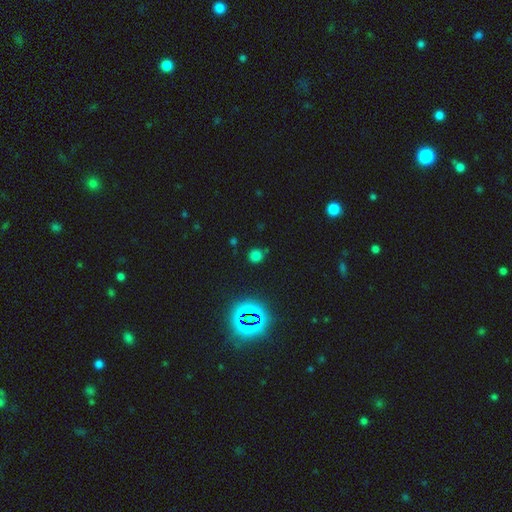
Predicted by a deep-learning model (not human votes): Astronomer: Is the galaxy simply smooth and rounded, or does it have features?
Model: smooth — 64%.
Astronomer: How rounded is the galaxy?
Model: round — 89%.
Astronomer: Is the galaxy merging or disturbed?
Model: none — 82%.